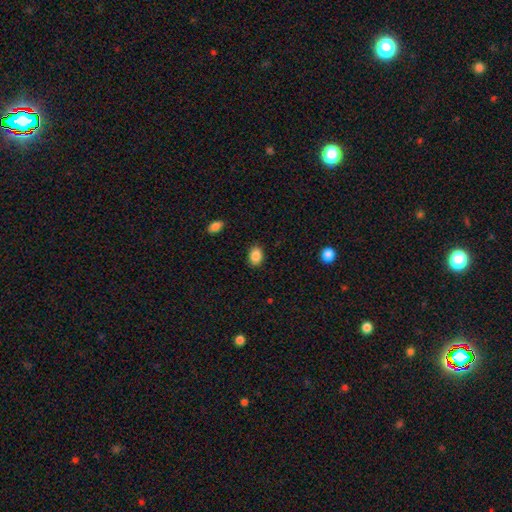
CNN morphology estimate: Smooth or featured? smooth (88%)
How rounded? in between (73%)
Merging? none (87%)